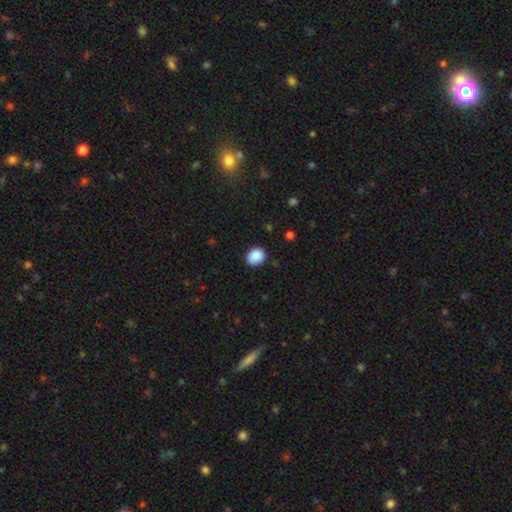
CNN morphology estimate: type=smooth (89%); roundness=round (64%); merging=none (84%).